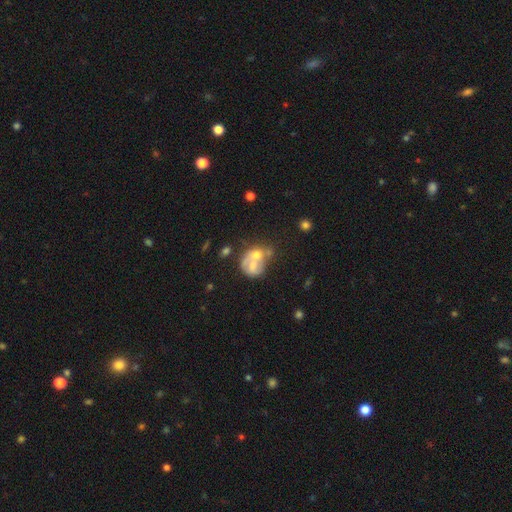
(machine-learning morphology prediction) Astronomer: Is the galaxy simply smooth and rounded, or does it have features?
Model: featured or disk — 47% (runner-up: smooth, 41%).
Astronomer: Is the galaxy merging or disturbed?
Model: merger — 50%.